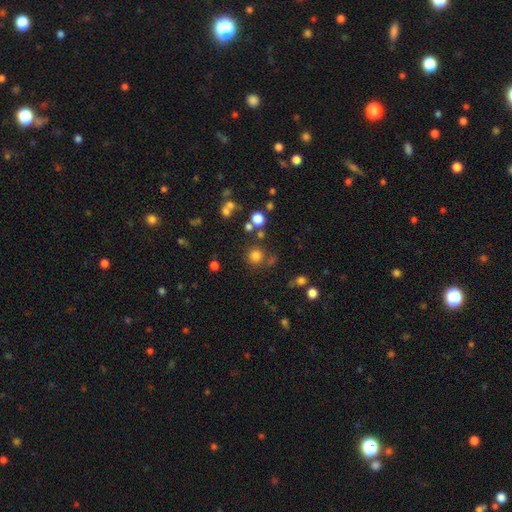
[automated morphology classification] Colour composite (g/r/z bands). It shows a smooth galaxy with no disk features (76%) that is round (93%). Merging: none (77%).